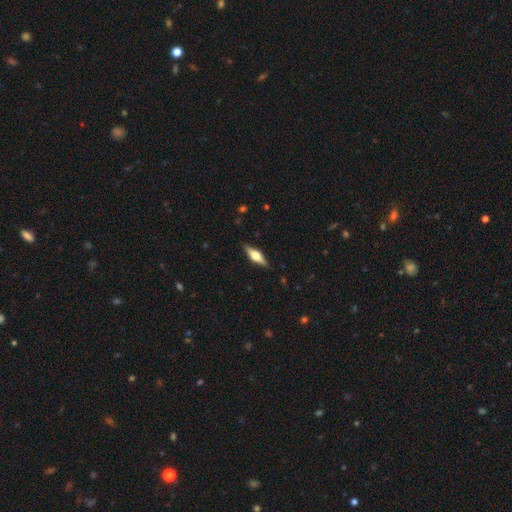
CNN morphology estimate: type=featured or disk (67%); edge-on=yes (97%); edge-on bulge=rounded (92%); merging=none (89%).